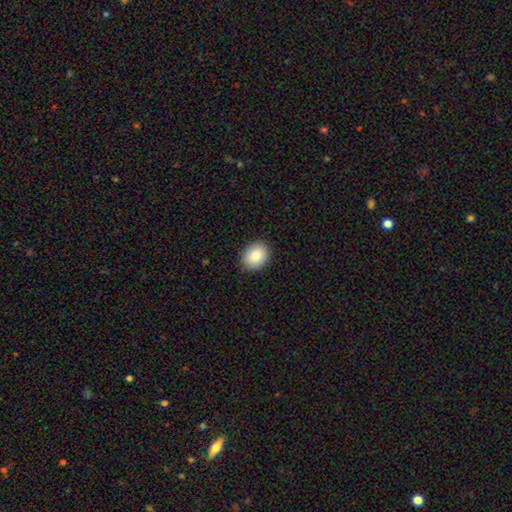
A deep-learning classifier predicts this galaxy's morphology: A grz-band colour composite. It shows a smooth galaxy with no disk features (85%) that is in between round and cigar-shaped (54%). Merging: none (89%).